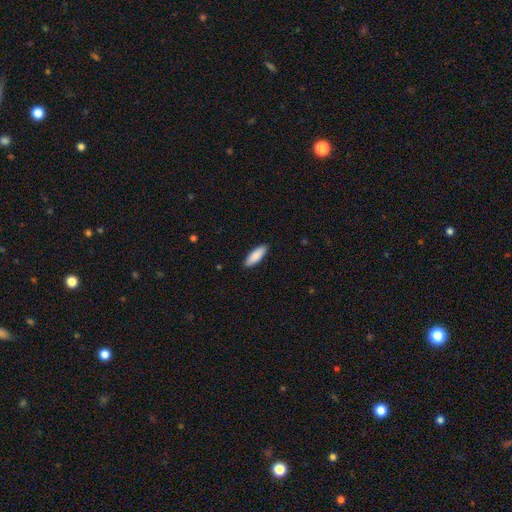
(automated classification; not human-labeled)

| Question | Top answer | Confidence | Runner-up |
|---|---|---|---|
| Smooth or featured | smooth | 89% | featured or disk (6%) |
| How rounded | in between | 61% | cigar-shaped (37%) |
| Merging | none | 90% | minor disturbance (8%) |